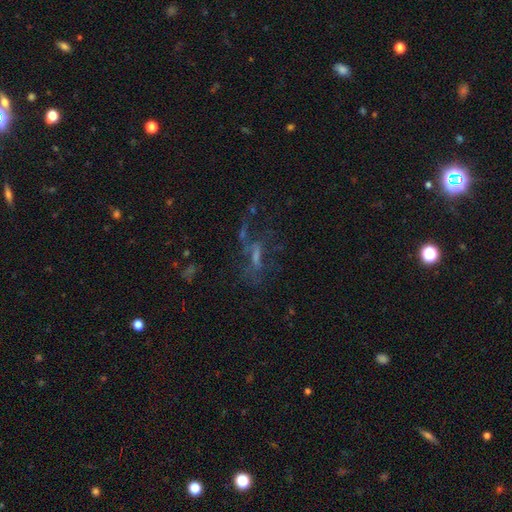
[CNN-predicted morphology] Smooth or featured? Predicted: featured or disk (p=0.51). Edge-on disk? Predicted: no (p=0.87). Merging? Predicted: none (p=0.41).